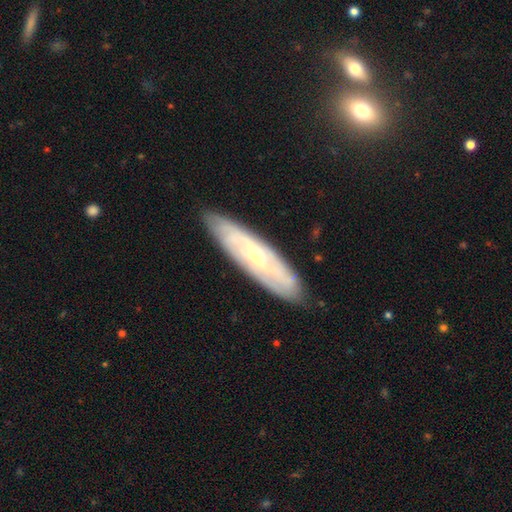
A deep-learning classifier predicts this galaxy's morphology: Smooth or featured? Predicted: featured or disk (p=0.72). Edge-on disk? Predicted: no (p=0.71). Bar? Predicted: no (p=0.59). Spiral arms? Predicted: yes (p=0.89). Bulge size? Predicted: small (p=0.58). Merging? Predicted: none (p=0.85).